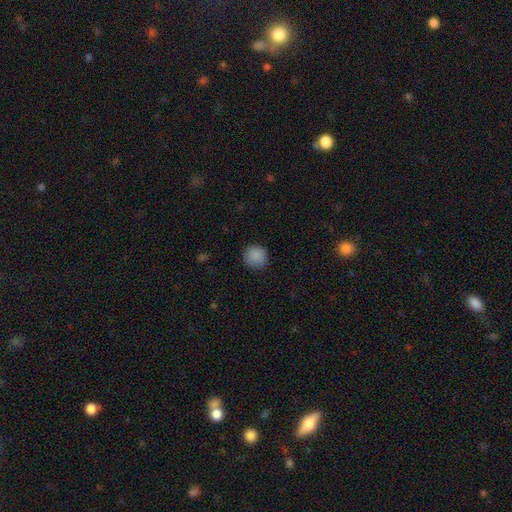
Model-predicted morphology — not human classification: Q: Smooth or featured?
A: smooth (88%); runner-up: star or artifact (9%)
Q: How rounded?
A: round (93%); runner-up: in between (6%)
Q: Merging?
A: none (89%); runner-up: minor disturbance (8%)